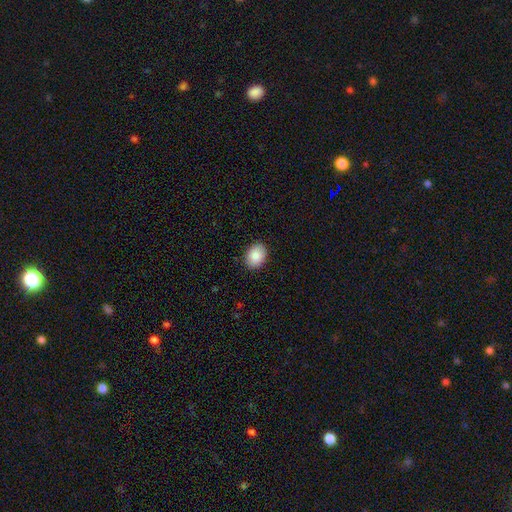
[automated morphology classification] smooth 89%, star or artifact 7%, featured or disk 4%. Down the decision tree: how rounded — in between (72%); merging — none (88%).